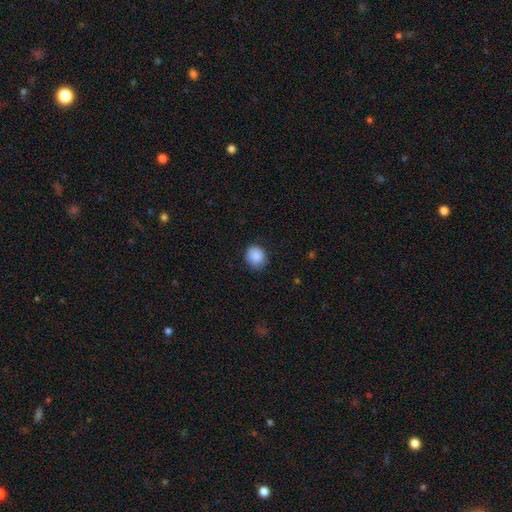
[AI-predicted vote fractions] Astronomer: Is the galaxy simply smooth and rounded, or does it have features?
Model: smooth — 88%.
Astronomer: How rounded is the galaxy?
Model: round — 79%.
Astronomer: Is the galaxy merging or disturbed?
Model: none — 84%.